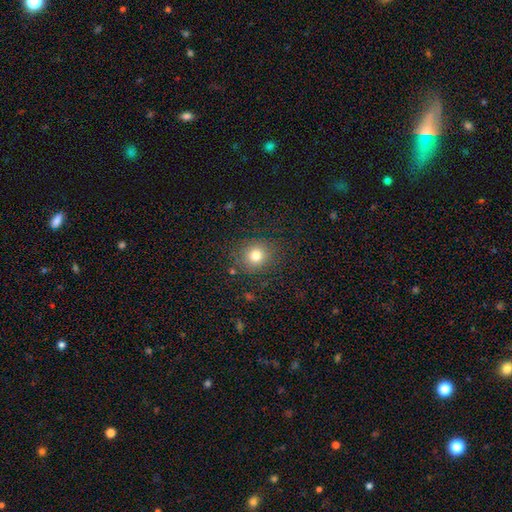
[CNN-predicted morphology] Q: Smooth or featured?
A: smooth (78%); runner-up: star or artifact (14%)
Q: How rounded?
A: round (82%); runner-up: in between (17%)
Q: Merging?
A: none (85%); runner-up: minor disturbance (10%)